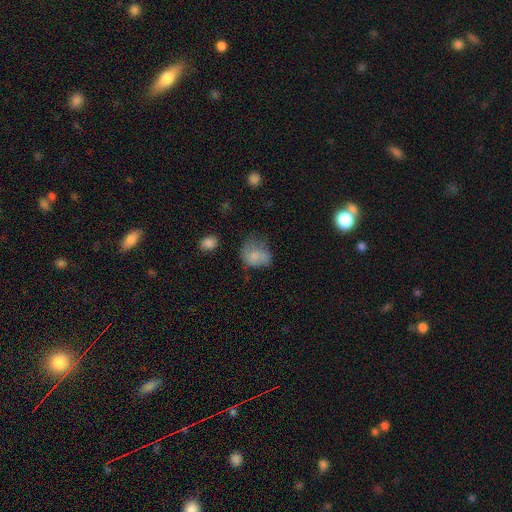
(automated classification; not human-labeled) This appears to be a smooth galaxy with no disk features (68%) that is round (51%). Merging: none (39%).